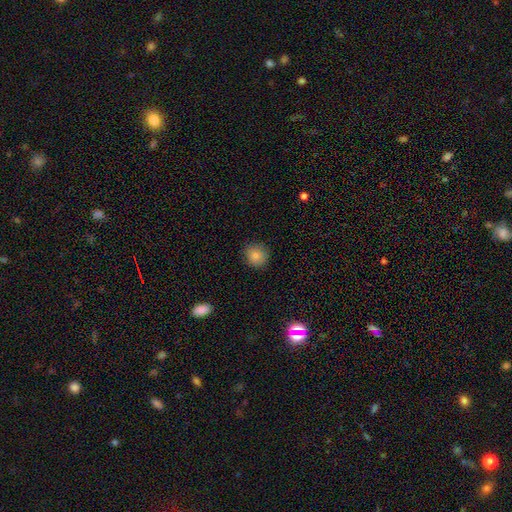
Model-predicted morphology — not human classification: Smooth or featured?
  - smooth: 85% *
  - star or artifact: 10%
  - featured or disk: 4%
How rounded?
  - round: 90% *
  - in between: 9%
  - cigar-shaped: 1%
Merging?
  - none: 88% *
  - minor disturbance: 8%
  - major disturbance: 2%
  - merger: 1%